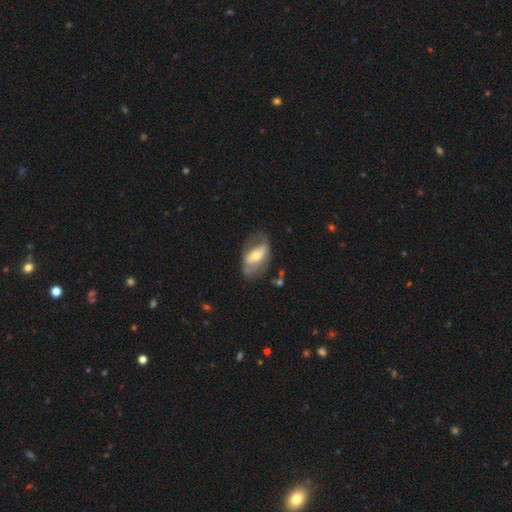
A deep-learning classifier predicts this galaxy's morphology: Smooth or featured? Predicted: featured or disk (p=0.61). Edge-on disk? Predicted: no (p=0.88). Bar? Predicted: strong (p=0.45). Spiral arms? Predicted: no (p=0.54). Bulge size? Predicted: moderate (p=0.60). Merging? Predicted: none (p=0.56).